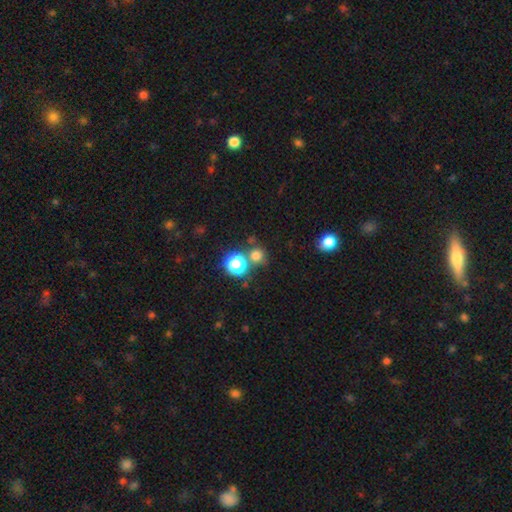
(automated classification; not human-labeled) Smooth or featured? Predicted: smooth (p=0.69). How rounded? Predicted: round (p=0.90). Merging? Predicted: none (p=0.72).